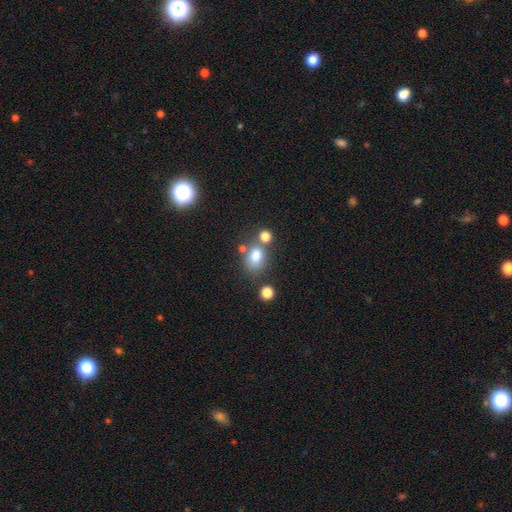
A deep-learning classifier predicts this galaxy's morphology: This appears to be a smooth galaxy with no disk features (77%) that is in between round and cigar-shaped (60%). Merging: none (54%).